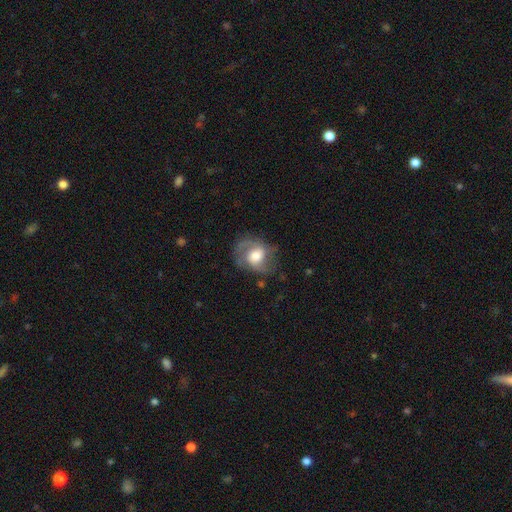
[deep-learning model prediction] Smooth or featured: featured or disk — 63% (smooth — 30%)
Edge-on disk: no — 97% (yes — 3%)
Bar: no — 58% (weak — 33%)
Spiral arms: yes — 85% (no — 15%)
Spiral winding: medium — 48% (loose — 31%)
Spiral arm count: 2 — 70% (can't tell — 11%)
Bulge size: moderate — 55% (large — 31%)
Merging: none — 58% (minor disturbance — 23%)